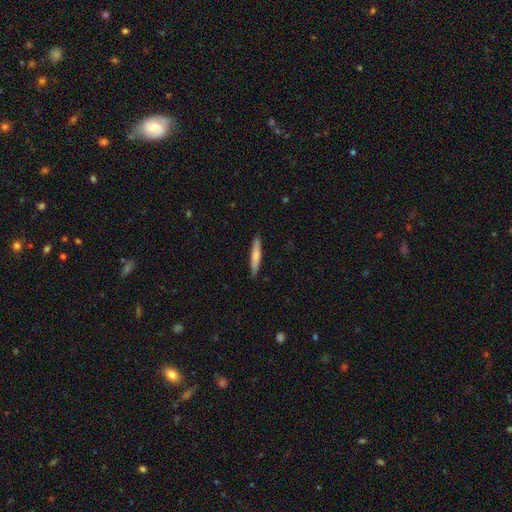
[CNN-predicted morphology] Smooth or featured? smooth (71%)
How rounded? cigar-shaped (91%)
Merging? none (88%)